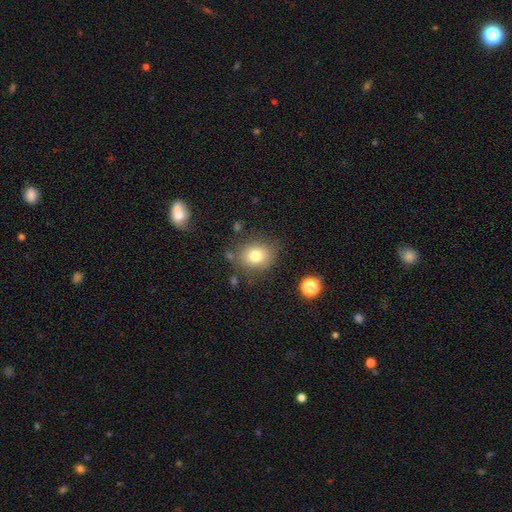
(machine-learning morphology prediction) This is likely a smooth galaxy (79%). How rounded: likely round (61%). Merging: likely none (77%).